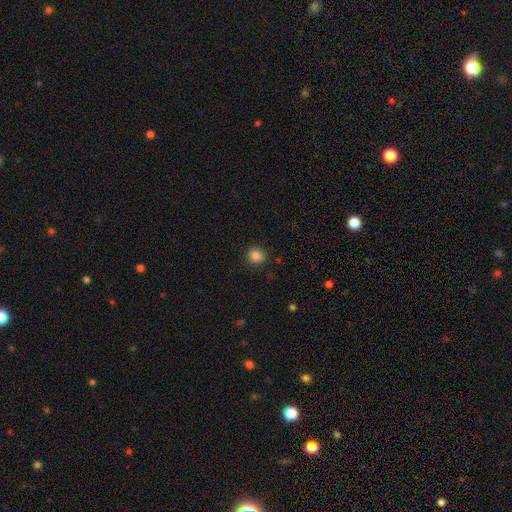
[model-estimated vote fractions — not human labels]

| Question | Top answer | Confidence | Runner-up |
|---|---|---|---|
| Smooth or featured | smooth | 84% | star or artifact (12%) |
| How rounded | round | 89% | in between (10%) |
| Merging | none | 89% | minor disturbance (8%) |